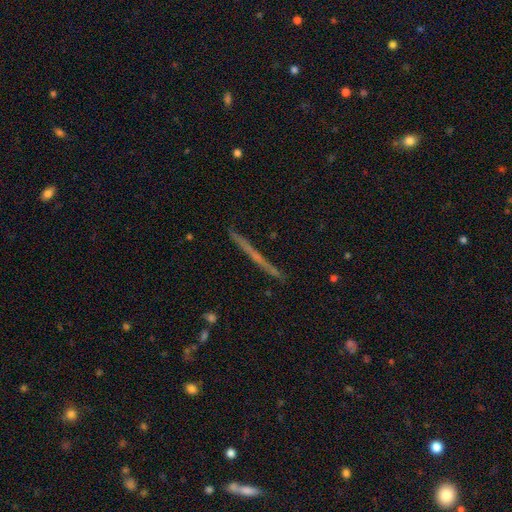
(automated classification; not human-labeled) Overall: featured or disk (59%; smooth 32%). Edge-on disk: yes (97%). Edge-on bulge: none (79%). Merging: none (90%).